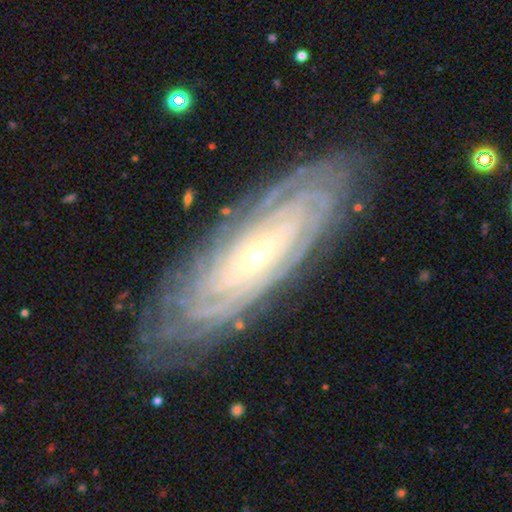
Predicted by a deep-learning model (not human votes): Smooth or featured? Predicted: featured or disk (p=0.88). Edge-on disk? Predicted: no (p=0.86). Bar? Predicted: no (p=0.63). Spiral arms? Predicted: yes (p=0.97). Spiral winding? Predicted: tight (p=0.87). Spiral arm count? Predicted: can't tell (p=0.37). Bulge size? Predicted: small (p=0.77). Merging? Predicted: none (p=0.84).